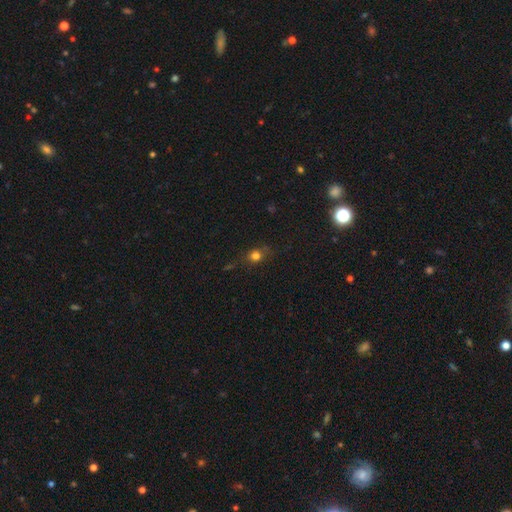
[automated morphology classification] Smooth or featured?
  - smooth: 70% *
  - star or artifact: 20%
  - featured or disk: 10%
How rounded?
  - round: 67% *
  - in between: 30%
  - cigar-shaped: 4%
Merging?
  - none: 75% *
  - minor disturbance: 17%
  - major disturbance: 6%
  - merger: 2%